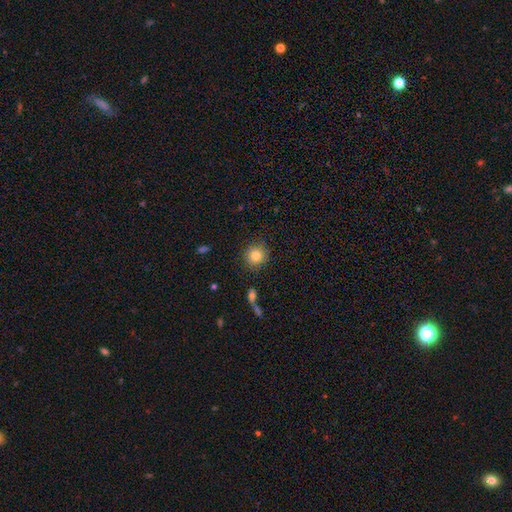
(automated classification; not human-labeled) Overall: smooth (82%). How rounded: round (92%). Merging: none (87%).